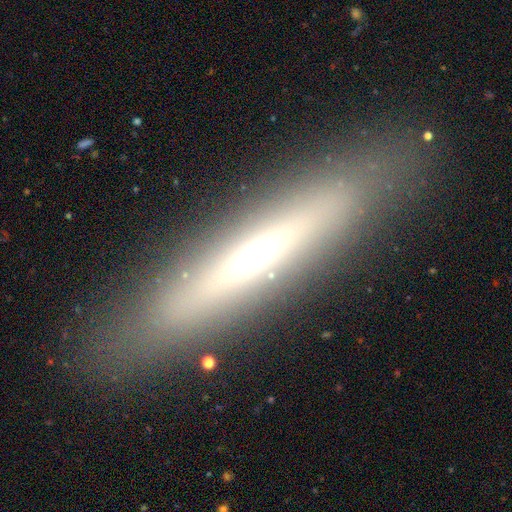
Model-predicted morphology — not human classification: A featured or disk galaxy (53%) viewed edge-on (82%).

Vote fractions:
- Smooth or featured? featured or disk: 53% / smooth: 37% / star or artifact: 10%
- Edge-on disk? yes: 82% / no: 18%
- Merging? none: 84% / minor disturbance: 10% / major disturbance: 5% / merger: 1%